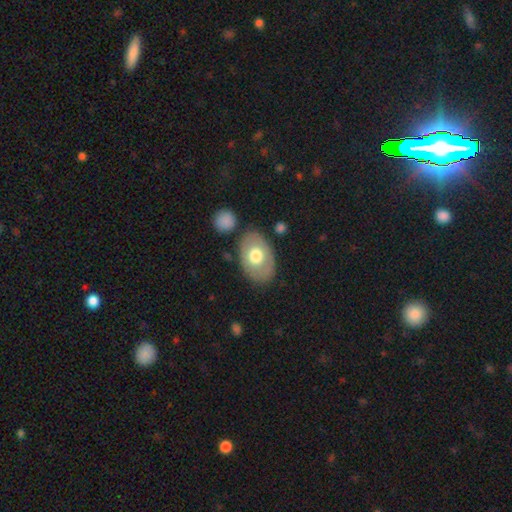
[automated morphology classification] This is likely a smooth galaxy (62%). How rounded: clearly in between (86%). Merging: likely none (80%).